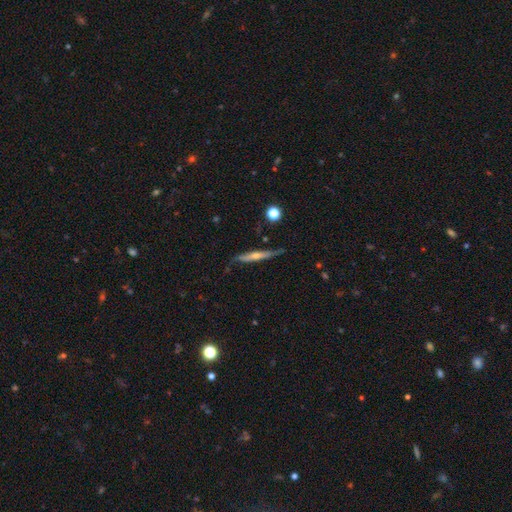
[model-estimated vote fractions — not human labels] featured or disk 71%, smooth 22%, star or artifact 7%. Down the decision tree: edge-on disk — yes (96%); edge-on bulge — rounded (73%); merging — none (85%).